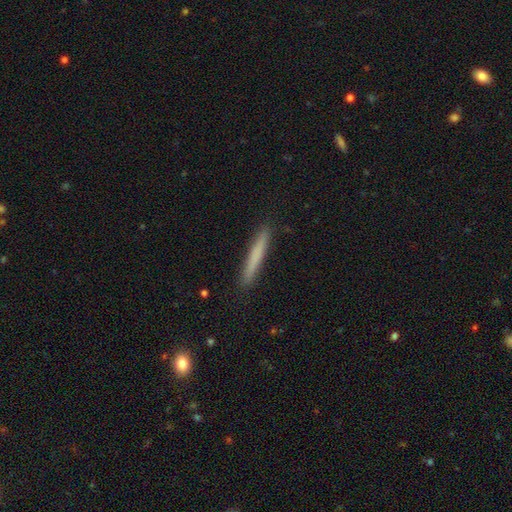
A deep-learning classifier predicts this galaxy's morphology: smooth 71%, featured or disk 23%, star or artifact 6%. Down the decision tree: how rounded — cigar-shaped (97%); merging — none (92%).